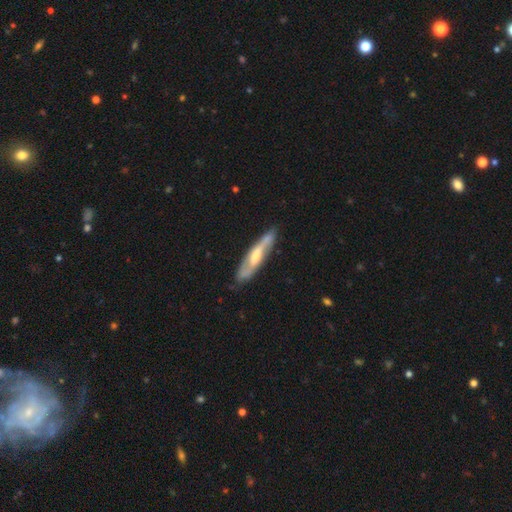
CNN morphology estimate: Smooth or featured?
  - featured or disk: 69% *
  - smooth: 25%
  - star or artifact: 5%
Edge-on disk?
  - no: 56% *
  - yes: 44%
Merging?
  - none: 77% *
  - minor disturbance: 17%
  - major disturbance: 4%
  - merger: 2%